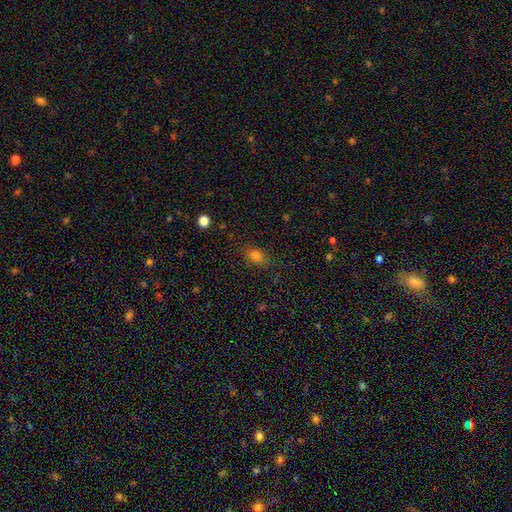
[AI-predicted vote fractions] Overall: smooth (75%). How rounded: in between (74%). Merging: none (79%).